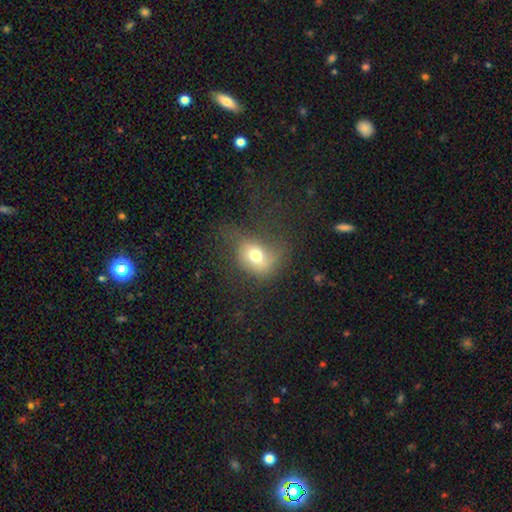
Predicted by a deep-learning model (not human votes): smooth-or-featured: smooth: 67% | featured or disk: 20% | star or artifact: 14%
  how-rounded: round: 50% | in between: 48% | cigar-shaped: 2%
  merging: none: 44% | major disturbance: 29% | minor disturbance: 25% | merger: 2%